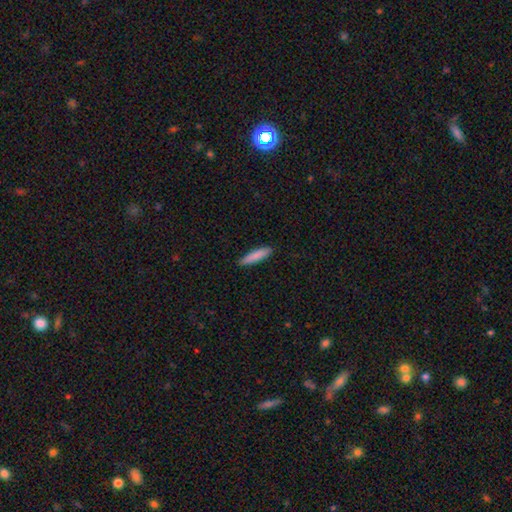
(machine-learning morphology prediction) A smooth galaxy with no disk features (86%) that is cigar-shaped (84%). Merging: none (89%).